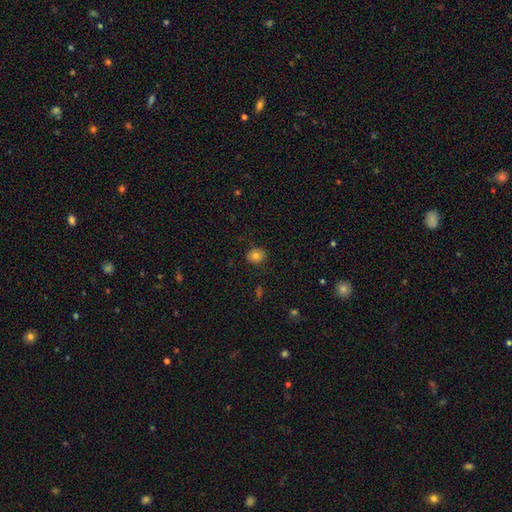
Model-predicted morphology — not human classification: Smooth or featured?
  - smooth: 82% *
  - star or artifact: 11%
  - featured or disk: 8%
How rounded?
  - round: 67% *
  - in between: 33%
  - cigar-shaped: 1%
Merging?
  - none: 85% *
  - minor disturbance: 11%
  - major disturbance: 3%
  - merger: 1%